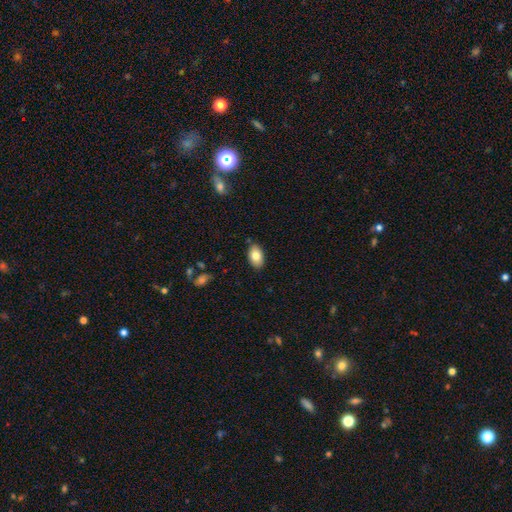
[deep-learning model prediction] smooth 82%, featured or disk 11%, star or artifact 7%. Down the decision tree: how rounded — in between (91%); merging — none (85%).